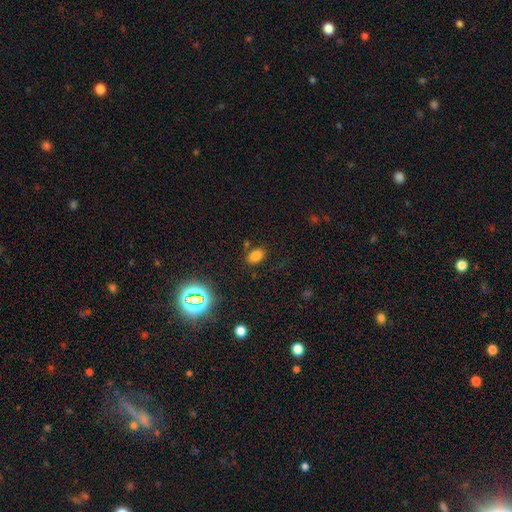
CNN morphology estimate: Smooth or featured? smooth (75%)
How rounded? in between (83%)
Merging? none (80%)